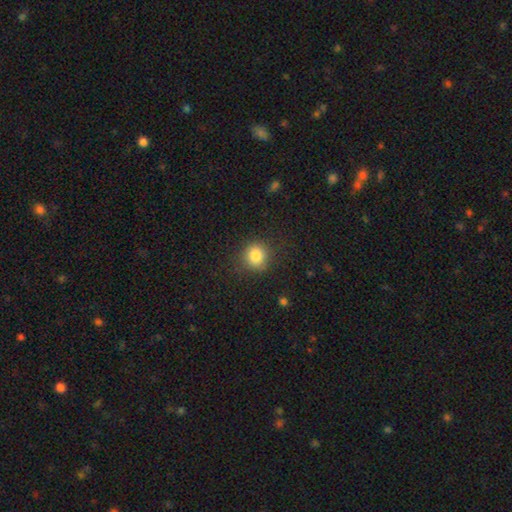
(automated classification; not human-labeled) Smooth or featured? Predicted: smooth (p=0.83). How rounded? Predicted: round (p=0.85). Merging? Predicted: none (p=0.85).